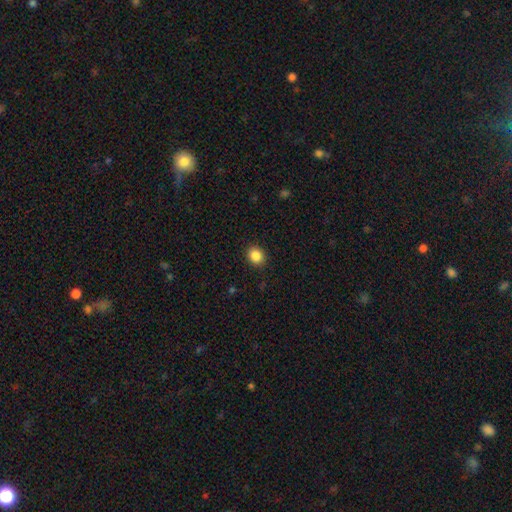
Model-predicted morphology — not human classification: Smooth or featured? smooth (86%)
How rounded? round (69%)
Merging? none (91%)